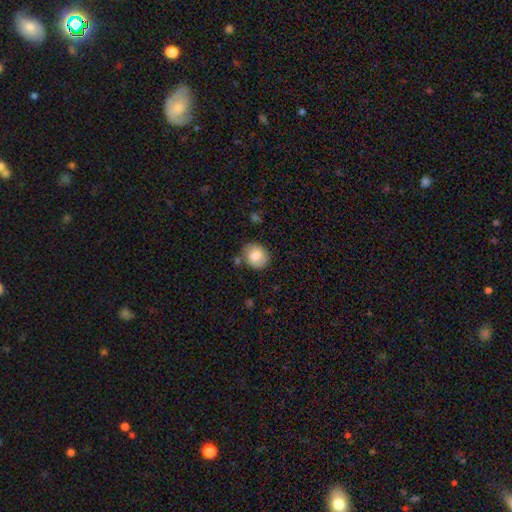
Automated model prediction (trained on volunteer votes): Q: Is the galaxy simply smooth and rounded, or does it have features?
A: smooth — 81%.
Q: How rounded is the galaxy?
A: round — 67%.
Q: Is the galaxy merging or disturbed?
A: none — 74%.